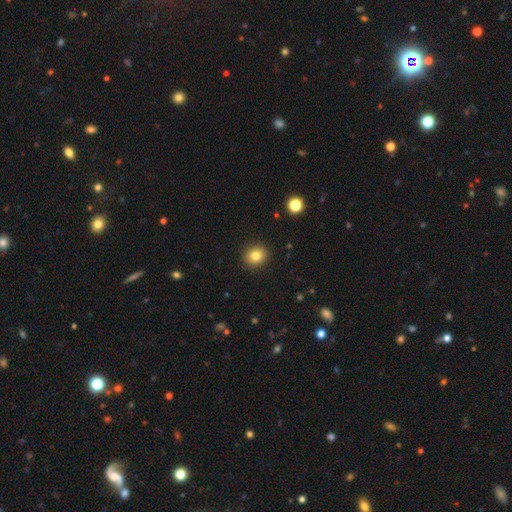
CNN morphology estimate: A smooth galaxy with no disk features (82%) that is round (81%).

Vote fractions:
- Smooth or featured? smooth: 82% / star or artifact: 11% / featured or disk: 7%
- How rounded? round: 81% / in between: 18% / cigar-shaped: 1%
- Merging? none: 92% / minor disturbance: 6% / major disturbance: 2% / merger: 1%